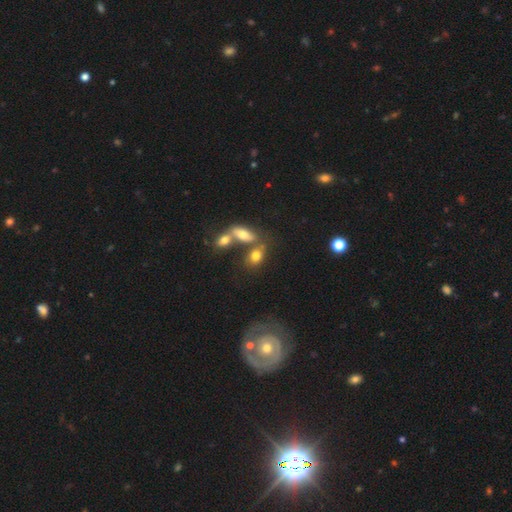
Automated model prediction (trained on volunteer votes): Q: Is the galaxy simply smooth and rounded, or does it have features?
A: smooth — 73%.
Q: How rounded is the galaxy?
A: in between — 71%.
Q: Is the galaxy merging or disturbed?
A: none — 43%.